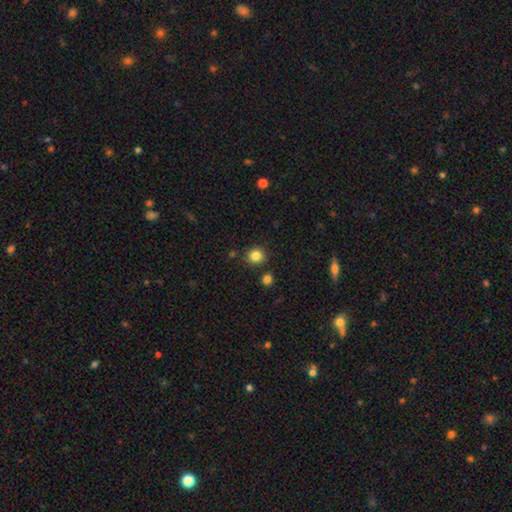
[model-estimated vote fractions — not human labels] A smooth galaxy with no disk features (84%) that is round (90%). Merging: none (87%).